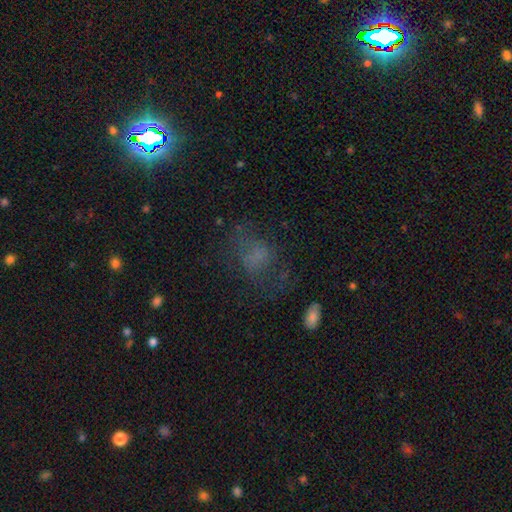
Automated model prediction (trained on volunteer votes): This appears to be a smooth galaxy with no disk features (50%). Merging: none (49%).